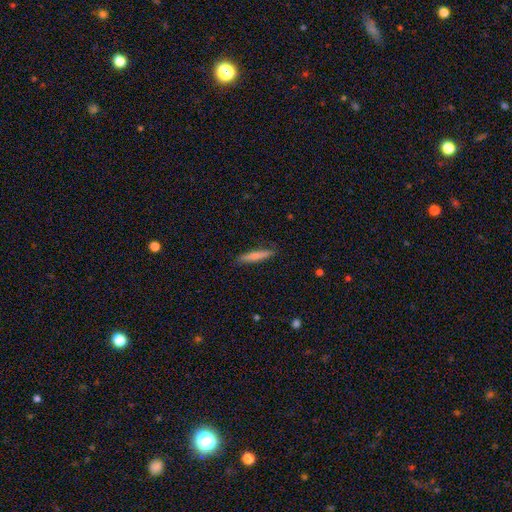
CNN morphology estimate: Smooth or featured?
  - smooth: 75% *
  - featured or disk: 19%
  - star or artifact: 6%
How rounded?
  - cigar-shaped: 91% *
  - in between: 7%
  - round: 1%
Merging?
  - none: 87% *
  - minor disturbance: 10%
  - major disturbance: 2%
  - merger: 1%